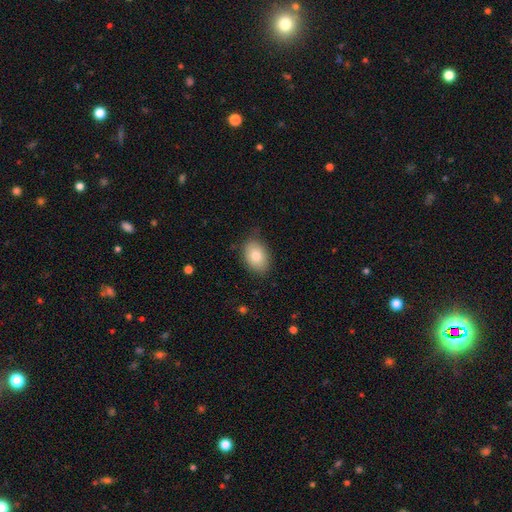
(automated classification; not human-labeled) A smooth galaxy with no disk features (81%) that is in between round and cigar-shaped (83%).

Vote fractions:
- Smooth or featured? smooth: 81% / featured or disk: 11% / star or artifact: 8%
- How rounded? in between: 83% / round: 16% / cigar-shaped: 1%
- Merging? none: 82% / minor disturbance: 14% / major disturbance: 3% / merger: 1%